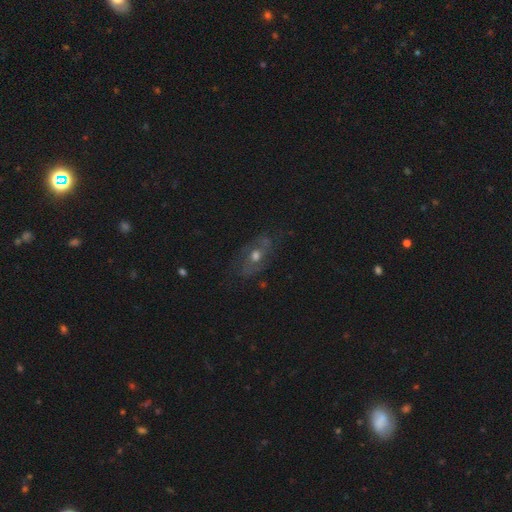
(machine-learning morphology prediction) Smooth or featured?
  - featured or disk: 61% *
  - smooth: 25%
  - star or artifact: 14%
Edge-on disk?
  - no: 88% *
  - yes: 12%
Bar?
  - no: 73% *
  - weak: 21%
  - strong: 6%
Spiral arms?
  - yes: 63% *
  - no: 37%
Bulge size?
  - moderate: 70% *
  - small: 15%
  - large: 12%
  - none: 2%
  - dominant: 1%
Merging?
  - none: 69% *
  - minor disturbance: 19%
  - major disturbance: 10%
  - merger: 3%